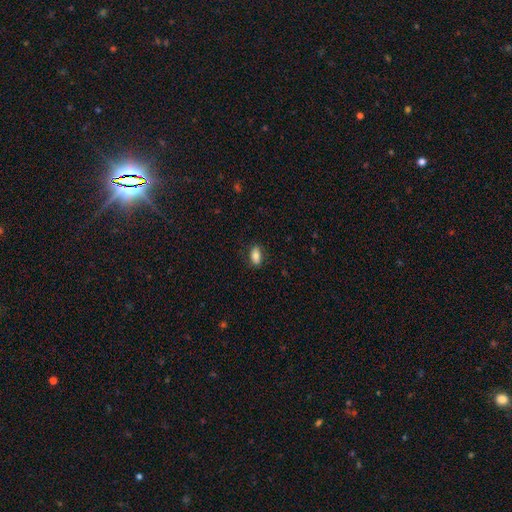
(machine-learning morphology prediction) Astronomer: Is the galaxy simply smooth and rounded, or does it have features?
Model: smooth — 82%.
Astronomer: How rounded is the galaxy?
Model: in between — 88%.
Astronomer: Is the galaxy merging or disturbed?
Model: none — 83%.